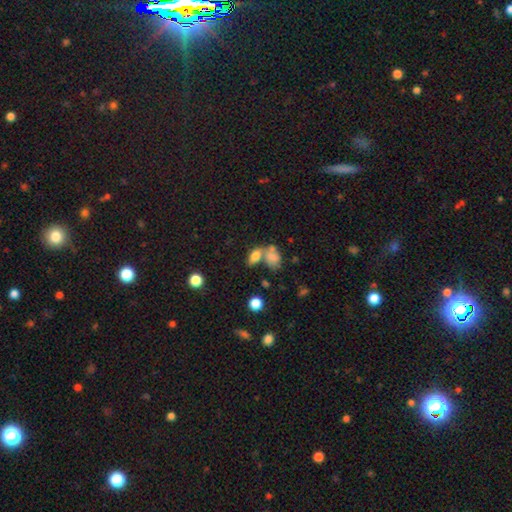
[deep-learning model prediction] Smooth or featured: smooth — 75% (featured or disk — 13%)
How rounded: in between — 85% (round — 9%)
Merging: merger — 42% (none — 40%)